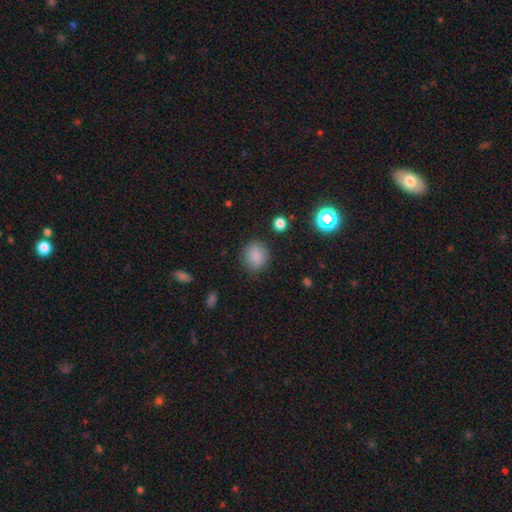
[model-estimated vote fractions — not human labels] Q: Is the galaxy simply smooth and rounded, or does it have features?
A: smooth — 84%.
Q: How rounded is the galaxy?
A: round — 71%.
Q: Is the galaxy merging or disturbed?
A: none — 84%.